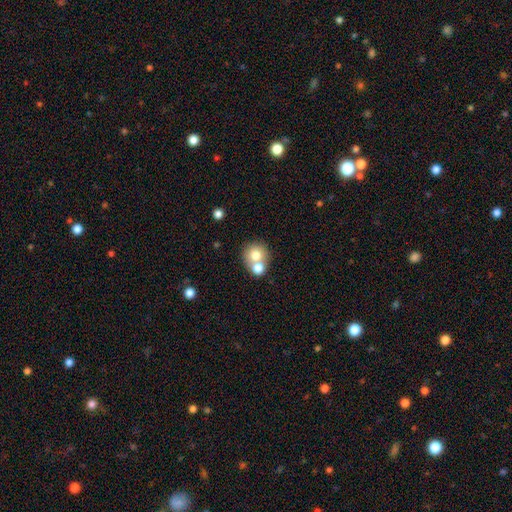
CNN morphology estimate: A smooth galaxy with no disk features (73%) that is round (85%). Merging: none (46%).